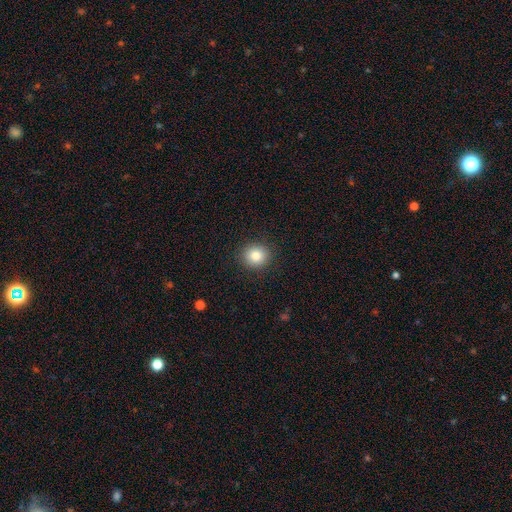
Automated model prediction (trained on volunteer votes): Morphology: type=smooth (83%); roundness=round (85%); merging=none (91%).